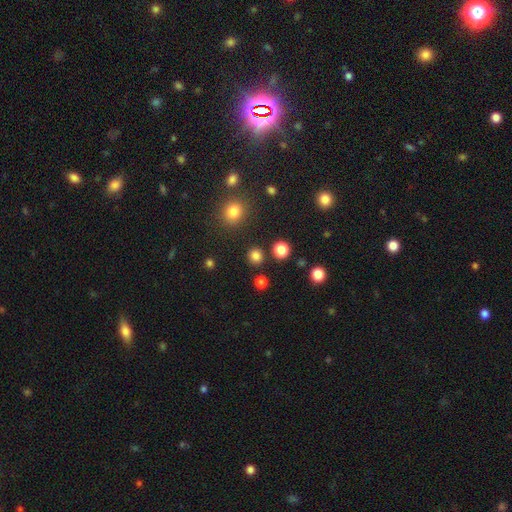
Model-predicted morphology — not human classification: Overall: smooth (81%). How rounded: round (91%). Merging: none (88%).